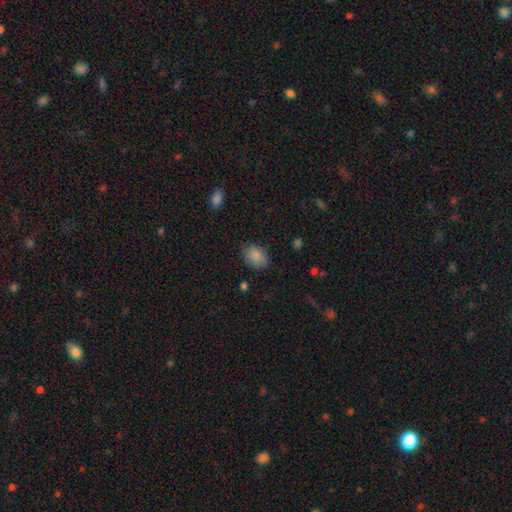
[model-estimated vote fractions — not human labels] Smooth or featured: smooth — 85% (star or artifact — 8%)
How rounded: in between — 74% (round — 24%)
Merging: none — 77% (minor disturbance — 17%)